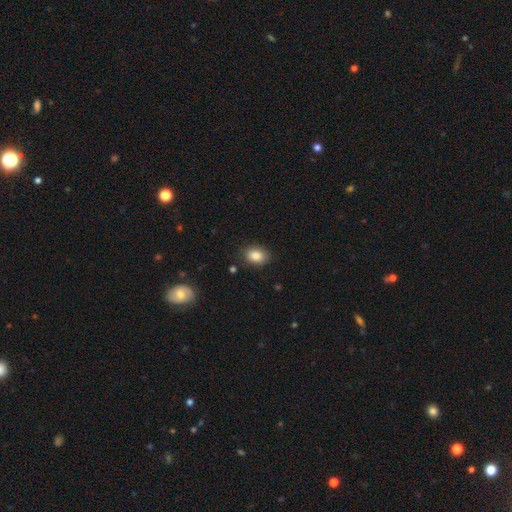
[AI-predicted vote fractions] This is clearly a smooth galaxy (85%). How rounded: likely in between (76%). Merging: clearly none (82%).